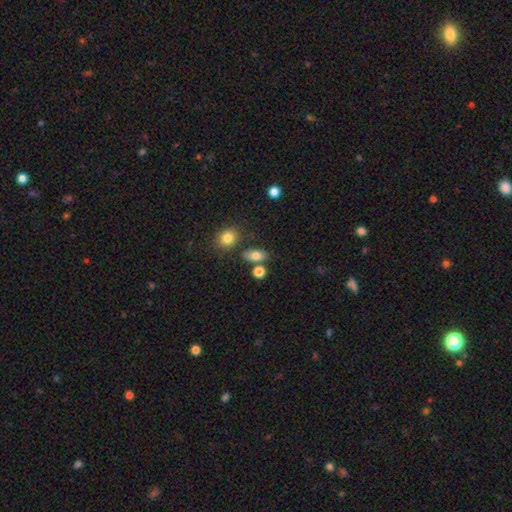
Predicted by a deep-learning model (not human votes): Q: Smooth or featured?
A: smooth (80%); runner-up: star or artifact (10%)
Q: How rounded?
A: in between (82%); runner-up: round (15%)
Q: Merging?
A: none (72%); runner-up: minor disturbance (12%)